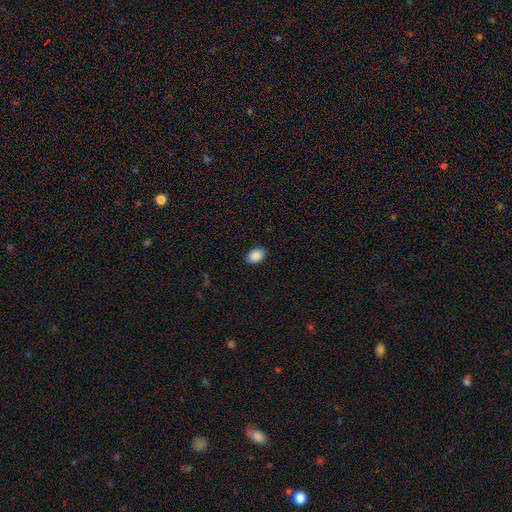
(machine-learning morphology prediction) type=smooth (88%); roundness=in between (76%); merging=none (89%).